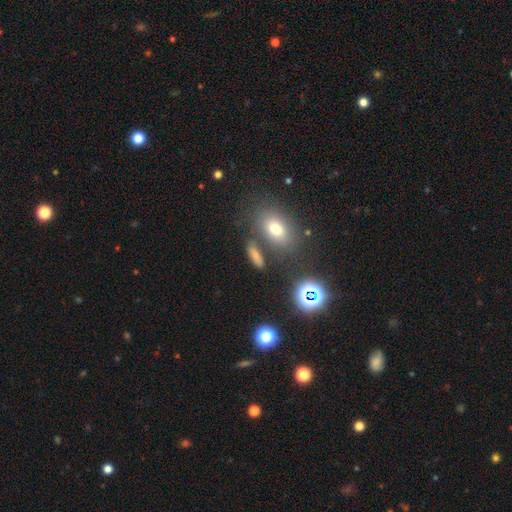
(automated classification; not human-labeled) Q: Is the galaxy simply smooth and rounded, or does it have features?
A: smooth — 68%.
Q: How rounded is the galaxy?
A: in between — 53%.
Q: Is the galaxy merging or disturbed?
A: none — 72%.